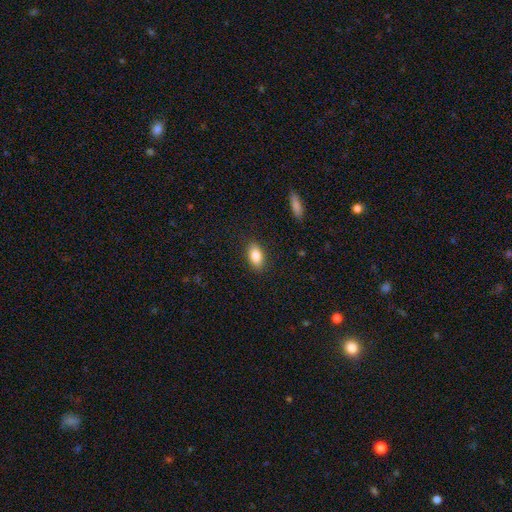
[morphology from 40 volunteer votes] This is clearly a smooth galaxy (85%). How rounded: clearly in between (97%). Merging: clearly none (81%).